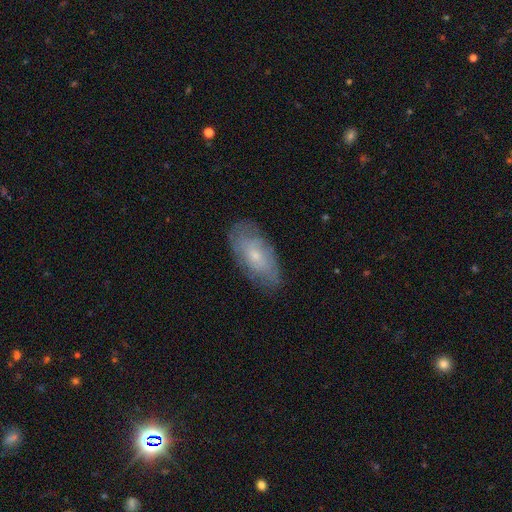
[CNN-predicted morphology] A smooth galaxy with no disk features (50%) that is in between round and cigar-shaped (89%).

Vote fractions:
- Smooth or featured? smooth: 50% / featured or disk: 43% / star or artifact: 7%
- How rounded? in between: 89% / cigar-shaped: 8% / round: 3%
- Merging? none: 75% / minor disturbance: 19% / major disturbance: 5% / merger: 1%